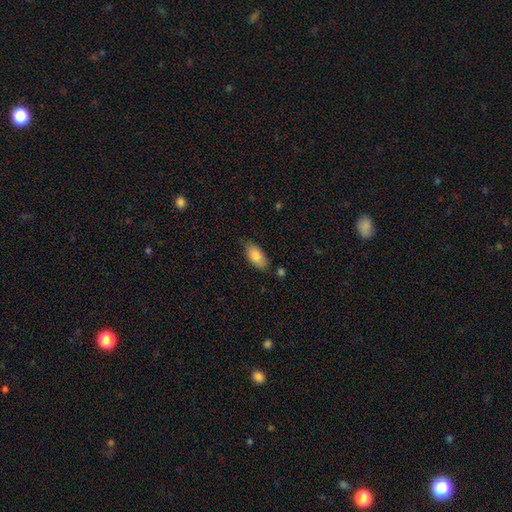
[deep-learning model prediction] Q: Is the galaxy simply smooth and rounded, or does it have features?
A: smooth — 81%.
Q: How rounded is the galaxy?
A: in between — 92%.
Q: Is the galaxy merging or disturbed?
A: none — 75%.